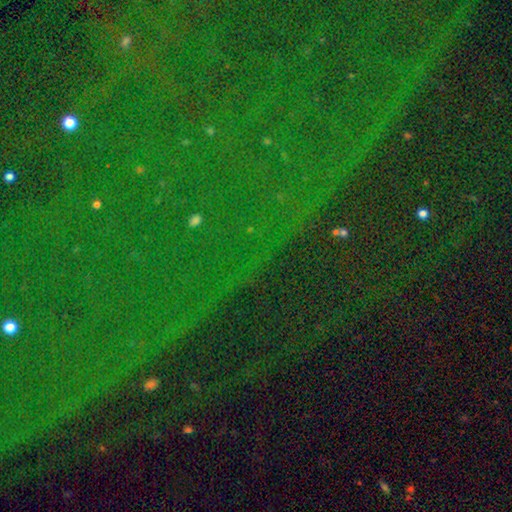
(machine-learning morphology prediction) type=star or artifact (83%).